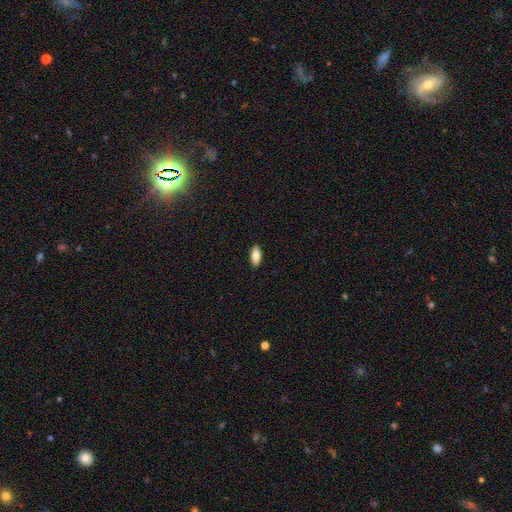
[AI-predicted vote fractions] Smooth or featured? smooth (80%)
How rounded? in between (83%)
Merging? none (90%)